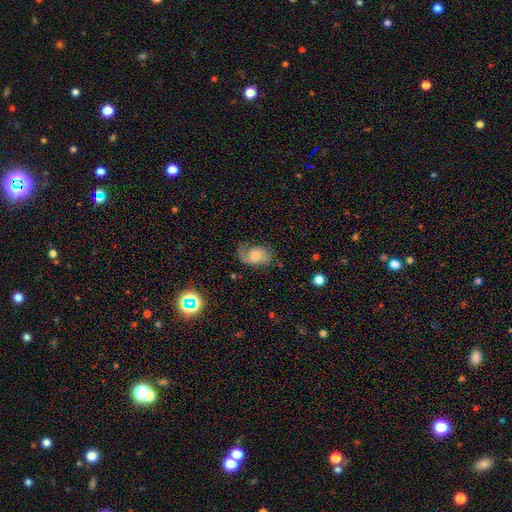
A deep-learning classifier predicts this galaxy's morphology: Smooth or featured: featured or disk — 55% (smooth — 36%)
Edge-on disk: no — 96% (yes — 4%)
Bar: no — 73% (weak — 23%)
Spiral arms: yes — 86% (no — 14%)
Bulge size: small — 47% (moderate — 37%)
Merging: none — 46% (major disturbance — 26%)